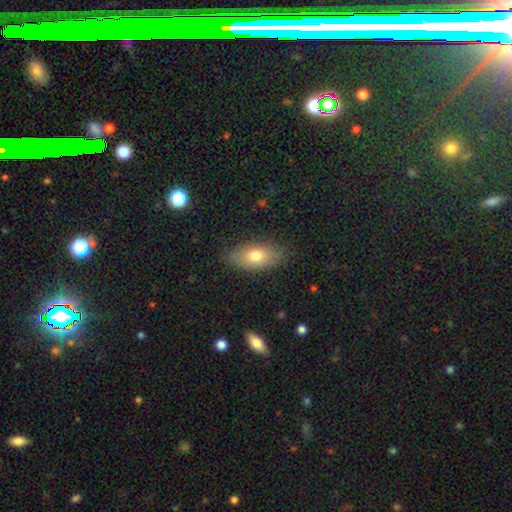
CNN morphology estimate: A smooth galaxy with no disk features (74%) that is in between round and cigar-shaped (88%). Merging: none (79%).